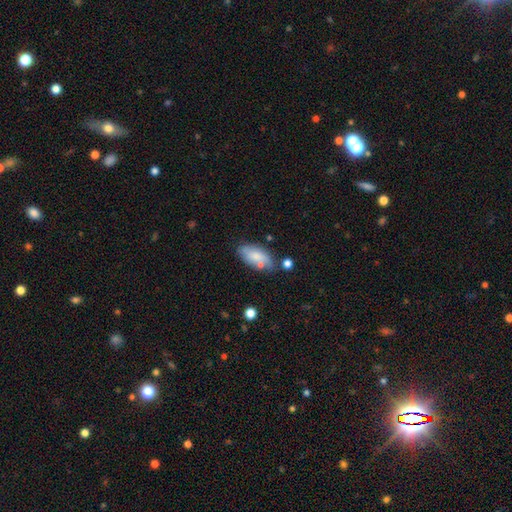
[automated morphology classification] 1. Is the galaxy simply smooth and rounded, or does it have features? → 69% smooth, 24% featured or disk, 7% star or artifact.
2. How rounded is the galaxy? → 90% in between, 7% cigar-shaped, 3% round.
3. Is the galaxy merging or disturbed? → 56% none, 24% minor disturbance, 13% merger, 7% major disturbance.